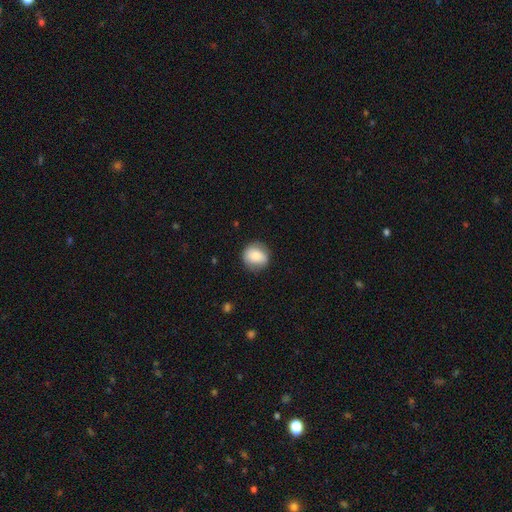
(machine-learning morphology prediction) Smooth or featured? smooth (75%)
How rounded? round (85%)
Merging? none (81%)